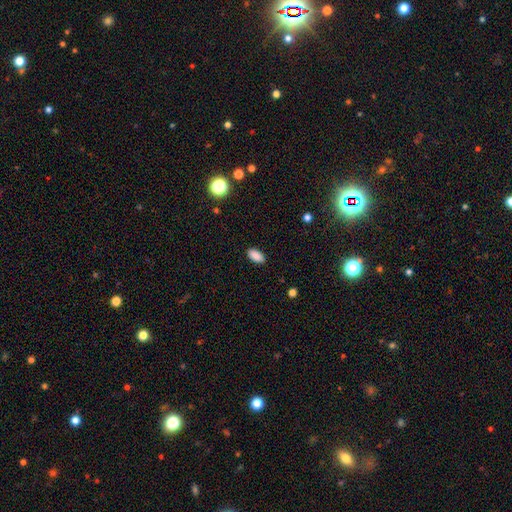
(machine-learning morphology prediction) This appears to be a smooth galaxy with no disk features (88%) that is in between round and cigar-shaped (93%). Merging: none (89%).